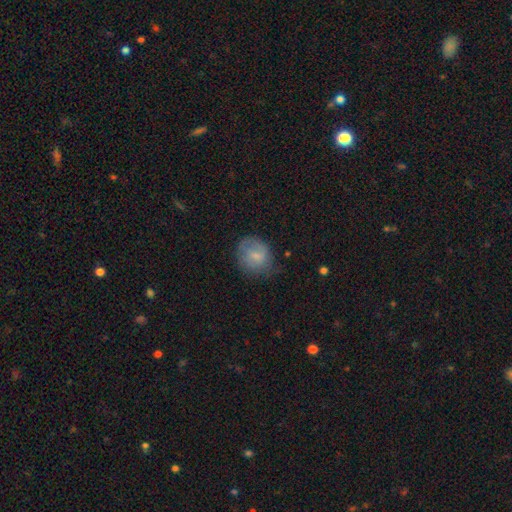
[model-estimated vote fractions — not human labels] Smooth or featured: smooth — 68% (featured or disk — 24%)
How rounded: round — 63% (in between — 36%)
Merging: none — 57% (minor disturbance — 29%)